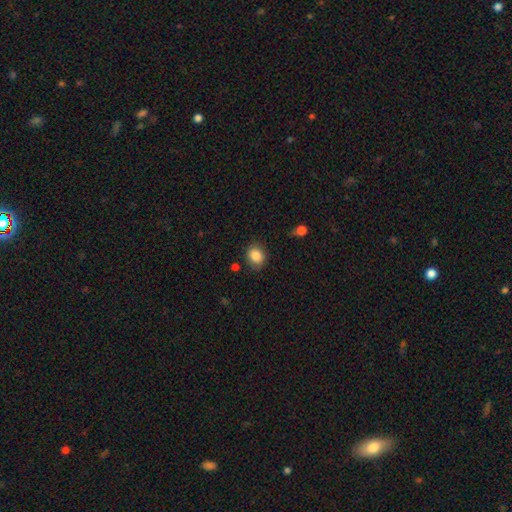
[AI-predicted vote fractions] smooth-or-featured: smooth: 86% | star or artifact: 9% | featured or disk: 6%
  how-rounded: round: 62% | in between: 37% | cigar-shaped: 1%
  merging: none: 80% | minor disturbance: 14% | major disturbance: 3% | merger: 2%